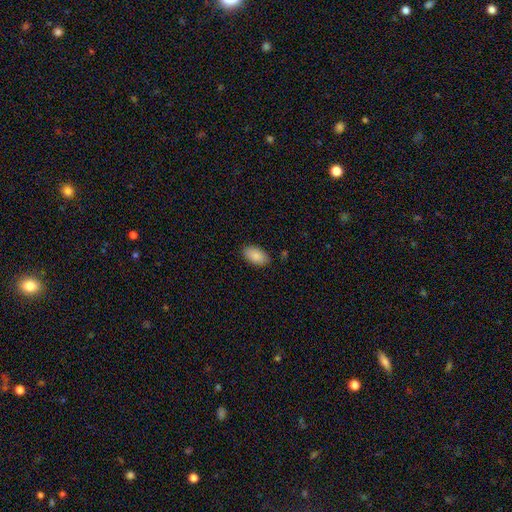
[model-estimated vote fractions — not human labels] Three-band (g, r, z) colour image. It shows a smooth galaxy with no disk features (88%) that is in between round and cigar-shaped (95%). Merging: none (86%).